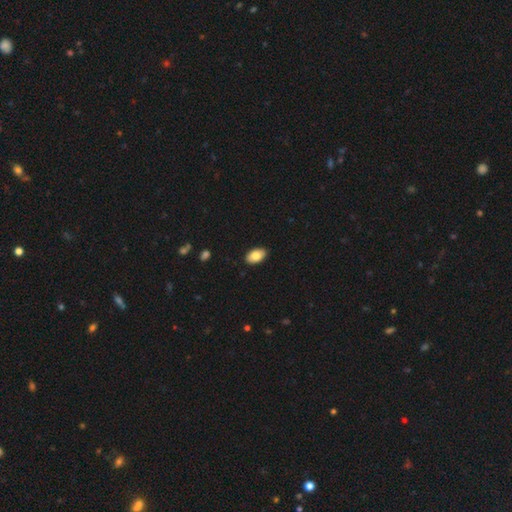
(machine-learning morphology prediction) smooth 84%, featured or disk 9%, star or artifact 7%. Down the decision tree: how rounded — in between (94%); merging — none (89%).